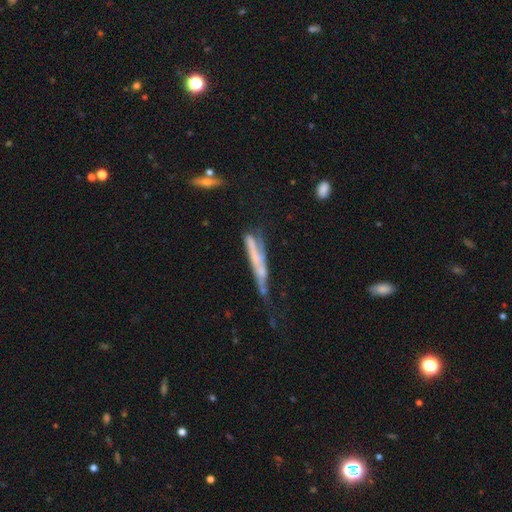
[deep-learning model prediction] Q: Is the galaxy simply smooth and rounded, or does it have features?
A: featured or disk — 53%.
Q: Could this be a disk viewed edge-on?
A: yes — 66%.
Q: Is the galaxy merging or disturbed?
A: major disturbance — 32%.